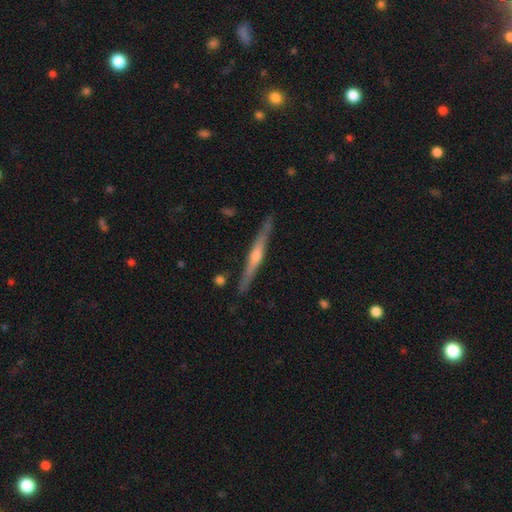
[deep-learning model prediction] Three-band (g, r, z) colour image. It shows a featured or disk galaxy (82%) viewed edge-on (98%) with a rounded central bulge (80%). Merging: none (90%).